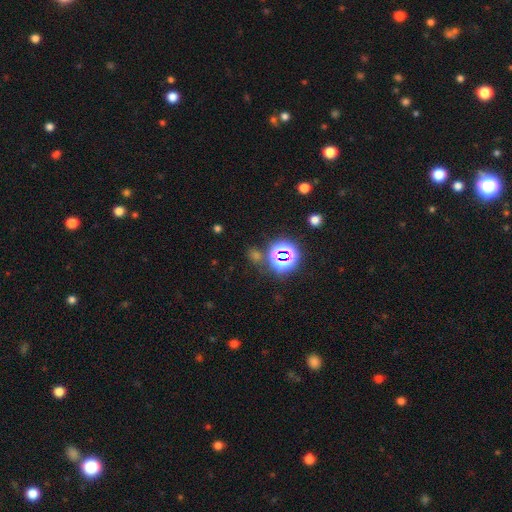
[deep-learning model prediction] Overall: star or artifact (68%).